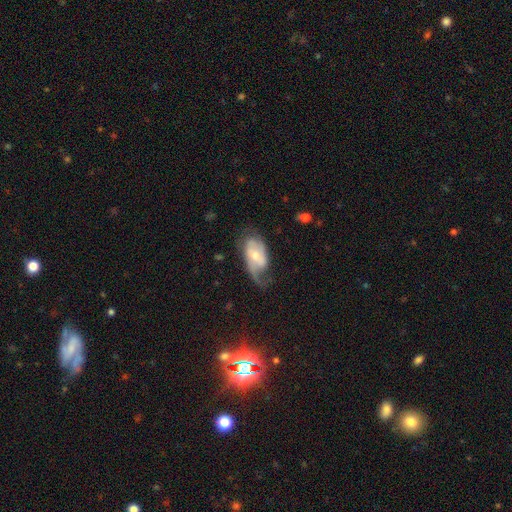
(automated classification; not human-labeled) smooth-or-featured: featured or disk: 69% | smooth: 25% | star or artifact: 6%
  disk-edge-on: no: 94% | yes: 6%
    bar: no: 44% | weak: 40% | strong: 16%
    has-spiral-arms: yes: 85% | no: 15%
      spiral-winding: loose: 39% (tied) | medium: 39% (tied) | tight: 22%
      spiral-arm-count: 2: 55% | 1: 29% | can't tell: 13% | 3: 2% | 4: 1% | more than 4: 1%
    bulge-size: moderate: 54% | small: 39% | large: 4% | none: 2% | dominant: 1%
  merging: none: 45% | minor disturbance: 27% | major disturbance: 26% | merger: 2%